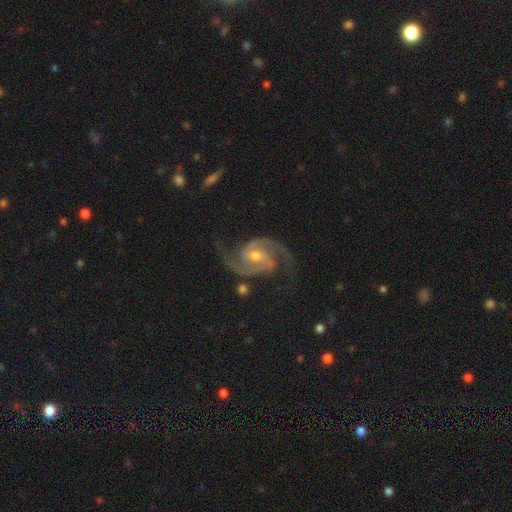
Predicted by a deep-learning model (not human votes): This is clearly a featured or disk galaxy (93%). It is clearly not viewed edge-on (98%). Bar: marginally weak (43%). Spiral arm pattern: clearly yes (99%). Spiral arm count: clearly 2 (90%). Spiral winding: likely medium (62%). Central bulge: possibly moderate (56%). Merging: likely none (76%).